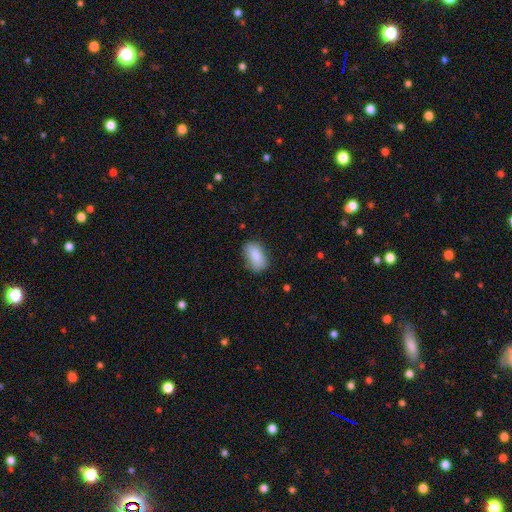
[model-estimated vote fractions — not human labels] Morphology: type=smooth (87%); roundness=in between (92%); merging=none (73%).